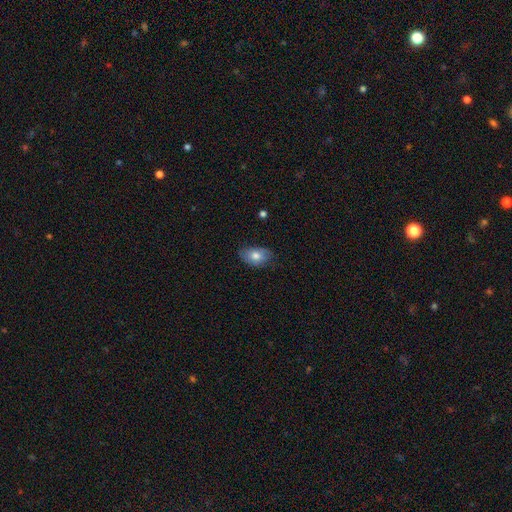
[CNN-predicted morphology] This is likely a smooth galaxy (74%). How rounded: clearly in between (90%). Merging: likely none (70%).